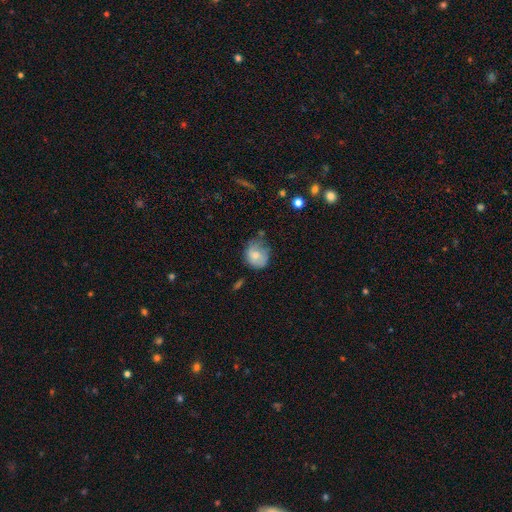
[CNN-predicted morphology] Smooth or featured? smooth (69%)
How rounded? round (64%)
Merging? none (47%)